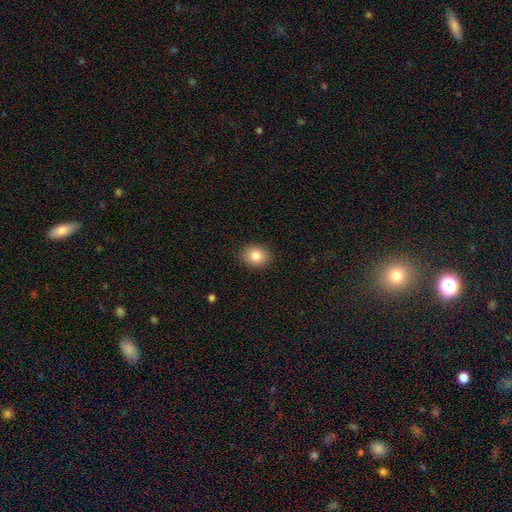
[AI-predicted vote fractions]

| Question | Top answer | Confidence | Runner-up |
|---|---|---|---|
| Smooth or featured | smooth | 84% | star or artifact (9%) |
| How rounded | round | 50% | in between (49%) |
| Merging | none | 89% | minor disturbance (8%) |